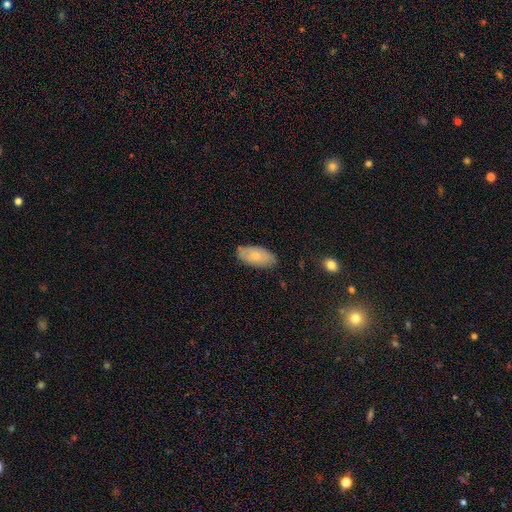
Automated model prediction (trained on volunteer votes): Overall: smooth (74%). How rounded: in between (93%). Merging: none (81%).